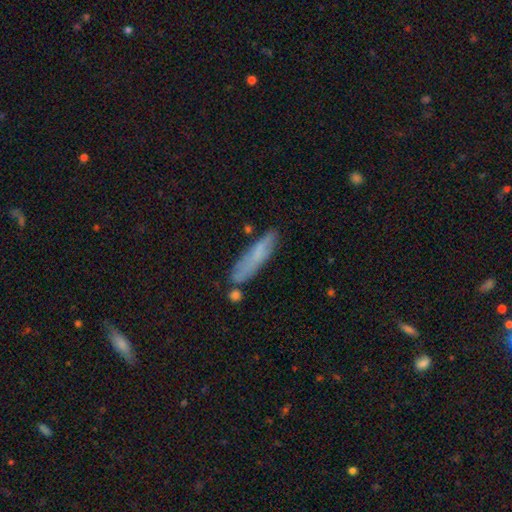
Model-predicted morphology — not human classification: A smooth galaxy with no disk features (70%) that is cigar-shaped (79%). Merging: none (71%).